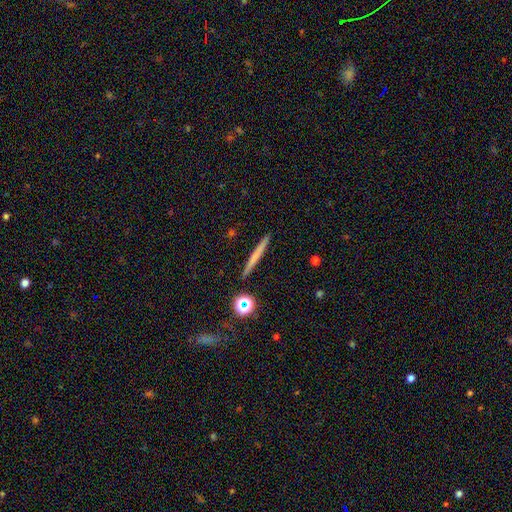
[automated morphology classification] A smooth galaxy with no disk features (54%) that is cigar-shaped (95%).

Vote fractions:
- Smooth or featured? smooth: 54% / featured or disk: 36% / star or artifact: 9%
- How rounded? cigar-shaped: 95% / in between: 3% / round: 2%
- Merging? none: 92% / minor disturbance: 6% / merger: 1% / major disturbance: 1%